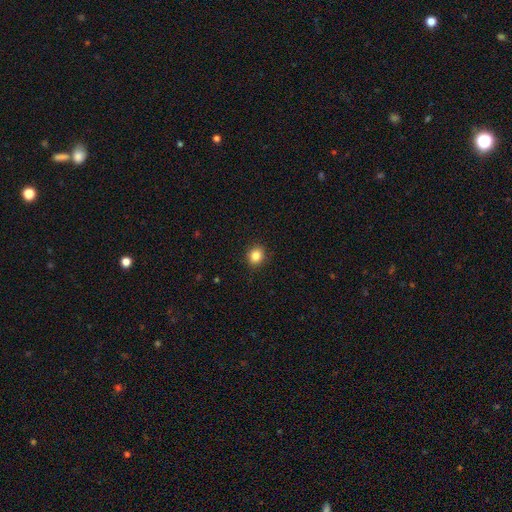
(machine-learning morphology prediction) The model was most divided on "how rounded": round: 73%, in between: 26%, cigar-shaped: 1%. More confident: merging — none (89%); smooth or featured — smooth (85%).